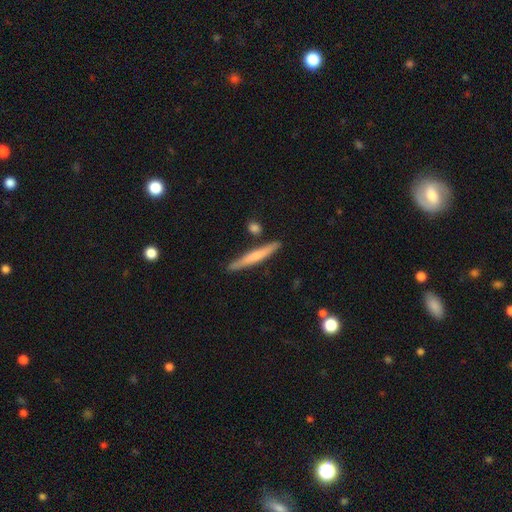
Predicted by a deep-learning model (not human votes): This appears to be a smooth galaxy with no disk features (53%) that is cigar-shaped (95%). Merging: none (84%).